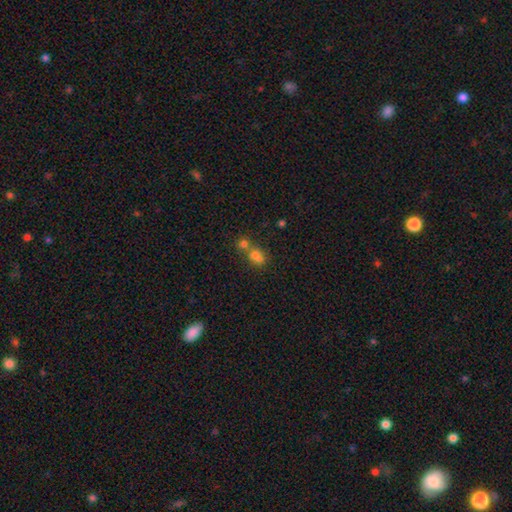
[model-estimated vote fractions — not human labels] This appears to be a smooth galaxy with no disk features (72%) that is round (52%). Merging: merger (58%).